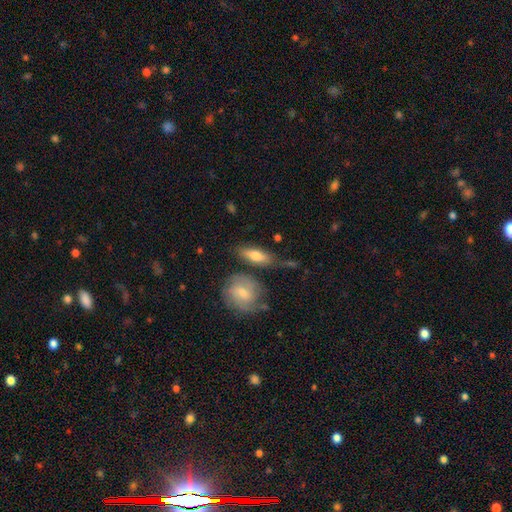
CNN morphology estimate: smooth_or_featured: smooth (p=0.67) [alt: featured or disk p=0.27]
how_rounded: in between (p=0.65) [alt: cigar-shaped p=0.30]
merging: none (p=0.61) [alt: minor disturbance p=0.18]